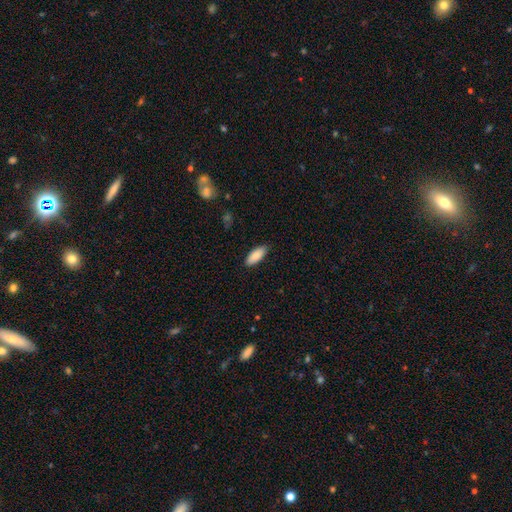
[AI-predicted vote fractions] smooth-or-featured: smooth: 87% | featured or disk: 7% | star or artifact: 6%
  how-rounded: in between: 78% | cigar-shaped: 20% | round: 2%
  merging: none: 87% | minor disturbance: 11% | major disturbance: 2% | merger: 1%